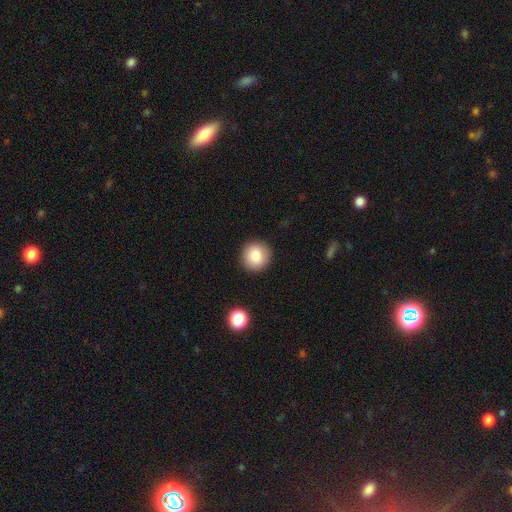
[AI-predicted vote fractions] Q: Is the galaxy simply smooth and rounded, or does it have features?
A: smooth — 83%.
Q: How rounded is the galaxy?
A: round — 93%.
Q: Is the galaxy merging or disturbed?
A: none — 91%.